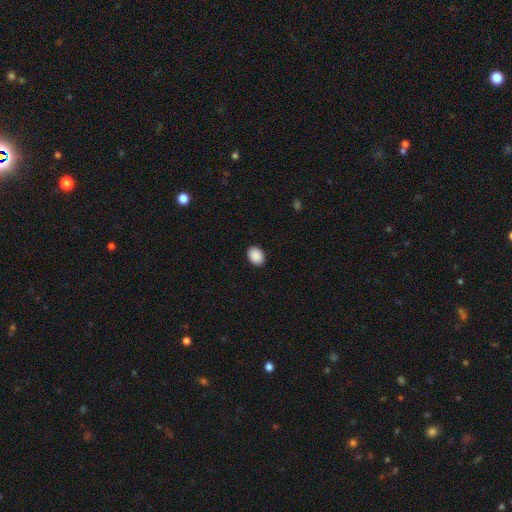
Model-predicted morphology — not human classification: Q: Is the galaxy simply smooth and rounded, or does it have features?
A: smooth — 91%.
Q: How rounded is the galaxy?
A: in between — 65%.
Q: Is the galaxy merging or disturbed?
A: none — 91%.